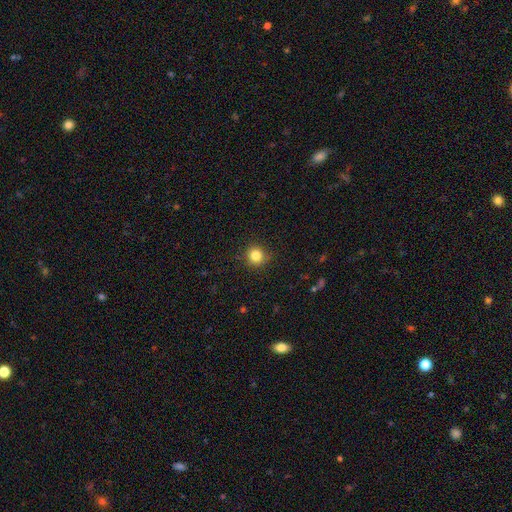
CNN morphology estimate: A smooth galaxy with no disk features (83%) that is round (93%). Merging: none (87%).